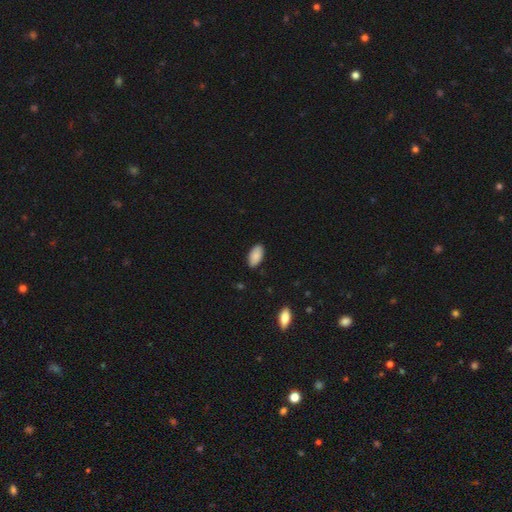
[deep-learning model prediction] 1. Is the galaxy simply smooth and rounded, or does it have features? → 89% smooth, 6% star or artifact, 5% featured or disk.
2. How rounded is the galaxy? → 95% in between, 2% round, 2% cigar-shaped.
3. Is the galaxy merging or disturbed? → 88% none, 10% minor disturbance, 2% major disturbance, 1% merger.